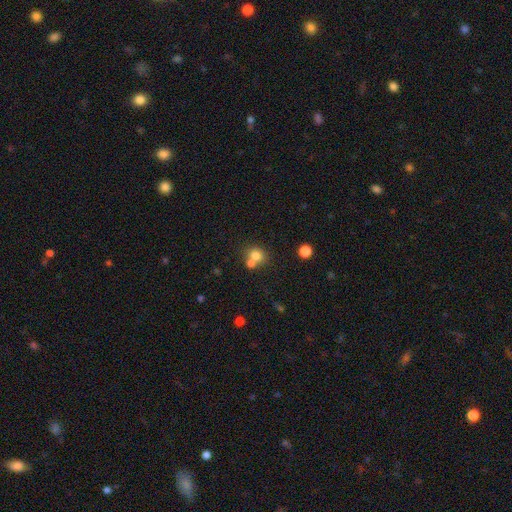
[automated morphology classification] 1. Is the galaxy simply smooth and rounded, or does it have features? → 77% smooth, 13% star or artifact, 10% featured or disk.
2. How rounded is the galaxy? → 78% round, 21% in between, 1% cigar-shaped.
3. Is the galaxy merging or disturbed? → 50% none, 39% merger, 8% minor disturbance, 3% major disturbance.